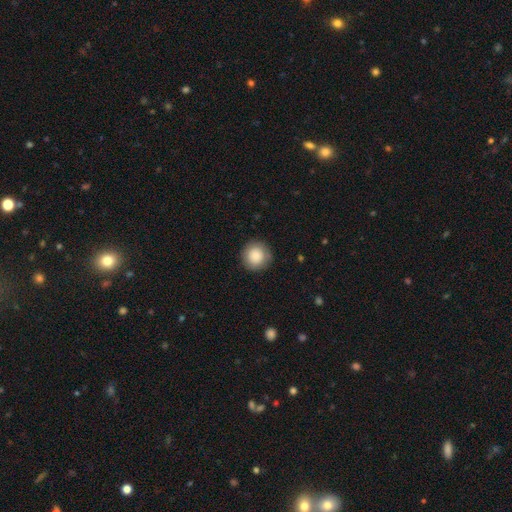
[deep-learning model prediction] A smooth galaxy with no disk features (85%) that is round (94%).

Vote fractions:
- Smooth or featured? smooth: 85% / star or artifact: 8% / featured or disk: 7%
- How rounded? round: 94% / in between: 5% / cigar-shaped: 1%
- Merging? none: 87% / minor disturbance: 9% / major disturbance: 3% / merger: 1%